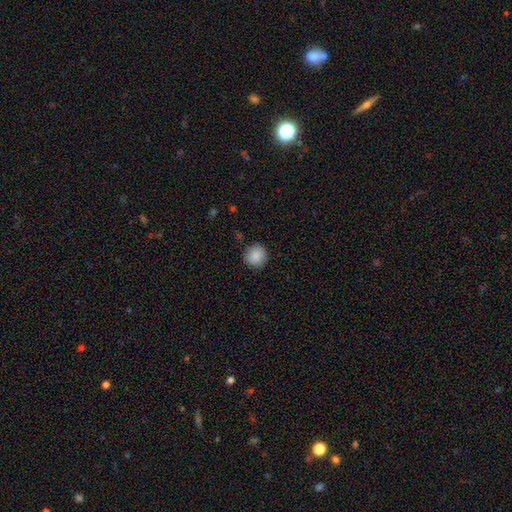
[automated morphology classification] smooth_or_featured: smooth (p=0.89) [alt: star or artifact p=0.08]
how_rounded: round (p=0.93) [alt: in between p=0.06]
merging: none (p=0.90) [alt: minor disturbance p=0.07]